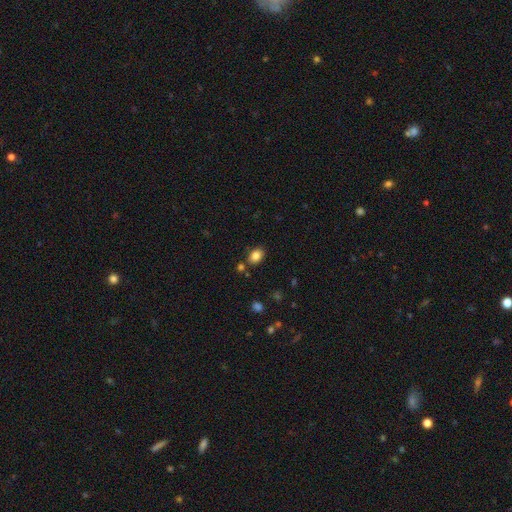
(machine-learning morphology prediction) This is clearly a smooth galaxy (85%). How rounded: likely in between (72%). Merging: likely none (79%).